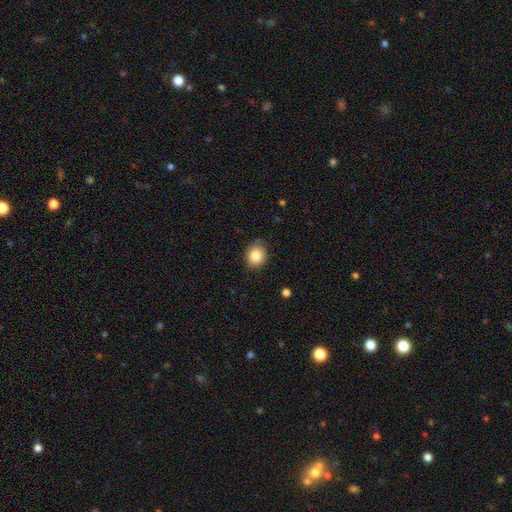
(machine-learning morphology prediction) Smooth or featured? smooth (85%)
How rounded? round (65%)
Merging? none (81%)